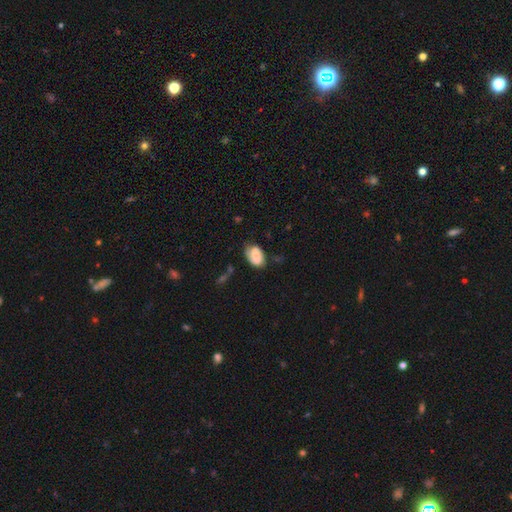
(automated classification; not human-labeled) featured or disk 58%, smooth 34%, star or artifact 8%. Down the decision tree: edge-on disk — no (97%); bar — weak (45%); spiral arms — yes (88%); bulge size — small (37%); merging — none (66%).